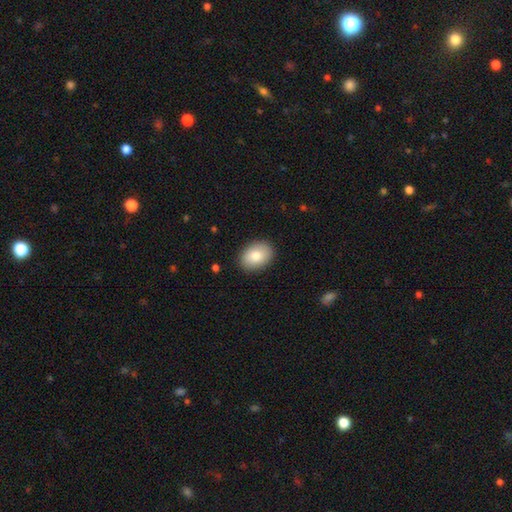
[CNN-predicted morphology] smooth 82%, featured or disk 11%, star or artifact 7%. Down the decision tree: how rounded — in between (76%); merging — none (88%).